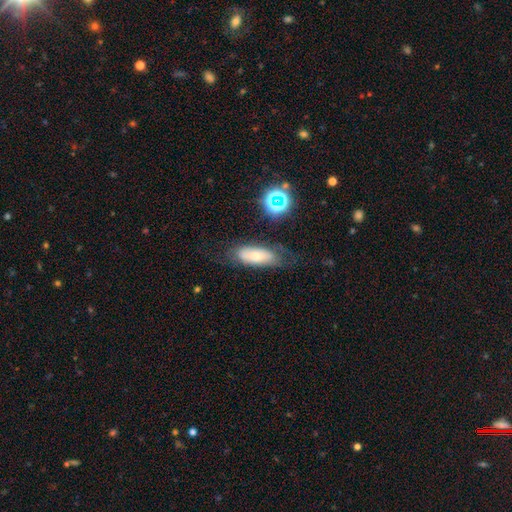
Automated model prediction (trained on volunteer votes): Smooth or featured? smooth (64%)
How rounded? in between (72%)
Merging? none (62%)